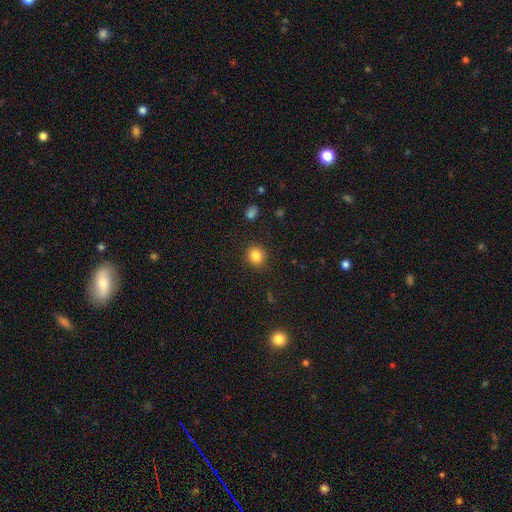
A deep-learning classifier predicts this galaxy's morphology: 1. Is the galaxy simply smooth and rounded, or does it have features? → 84% smooth, 11% star or artifact, 5% featured or disk.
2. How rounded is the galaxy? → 90% round, 9% in between, 1% cigar-shaped.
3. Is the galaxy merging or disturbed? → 89% none, 7% minor disturbance, 2% major disturbance, 1% merger.